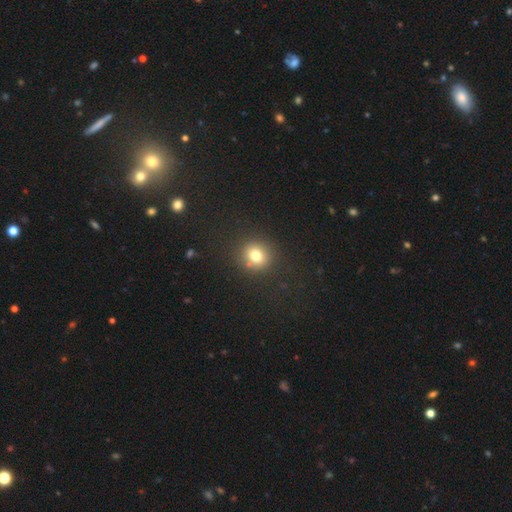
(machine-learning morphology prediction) This is likely a smooth galaxy (77%). How rounded: clearly round (85%). Merging: clearly none (86%).